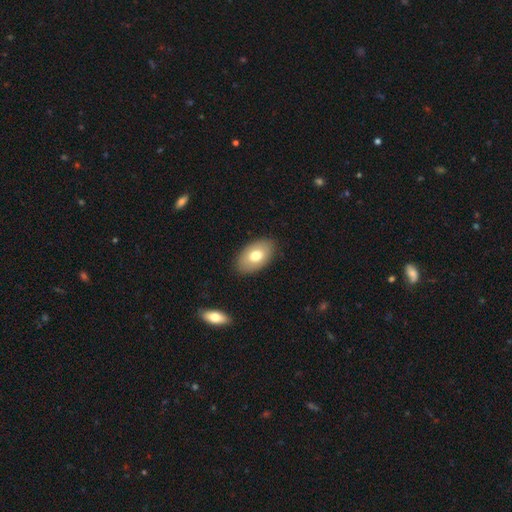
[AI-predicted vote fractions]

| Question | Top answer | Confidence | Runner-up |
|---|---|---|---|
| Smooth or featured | smooth | 73% | featured or disk (20%) |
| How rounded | in between | 92% | round (7%) |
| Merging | none | 87% | minor disturbance (9%) |